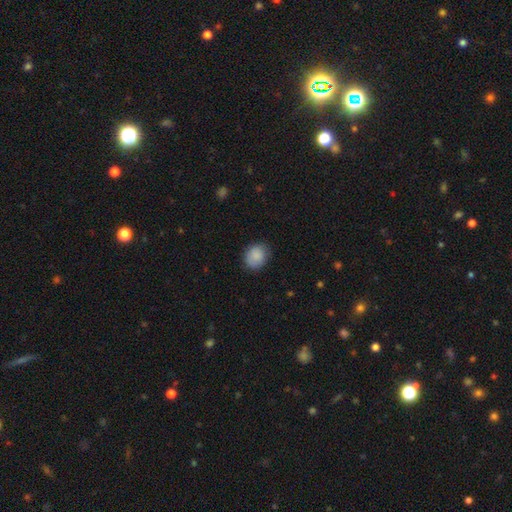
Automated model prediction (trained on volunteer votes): A smooth galaxy with no disk features (87%) that is round (58%).

Vote fractions:
- Smooth or featured? smooth: 87% / star or artifact: 7% / featured or disk: 6%
- How rounded? round: 58% / in between: 41% / cigar-shaped: 1%
- Merging? none: 76% / minor disturbance: 19% / major disturbance: 4% / merger: 1%